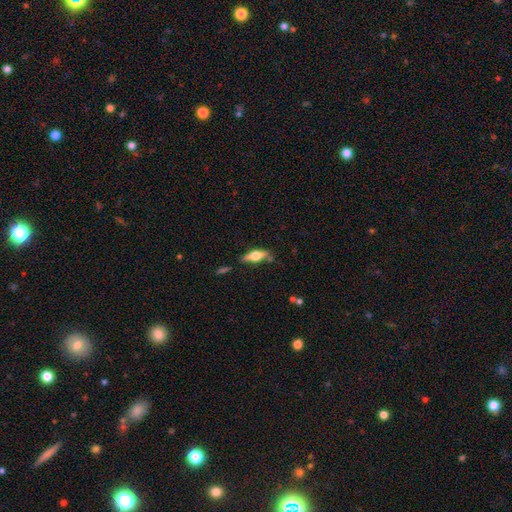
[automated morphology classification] A featured or disk galaxy (55%) viewed edge-on (90%). Merging: none (73%).